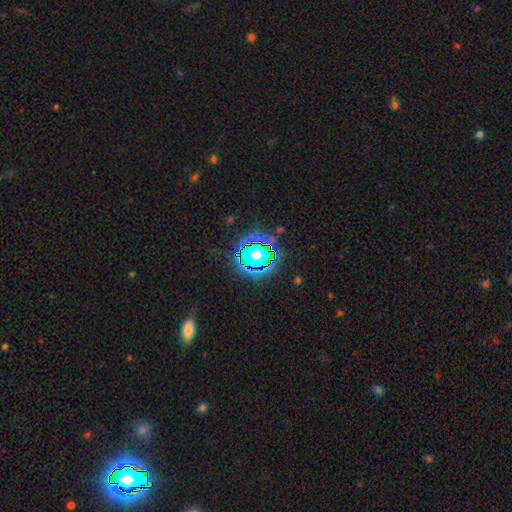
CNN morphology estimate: Smooth or featured? star or artifact (58%)